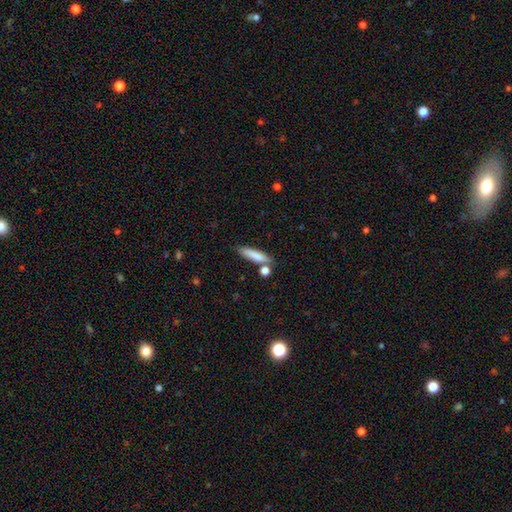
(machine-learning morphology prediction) This appears to be a smooth galaxy with no disk features (82%) that is cigar-shaped (76%). Merging: none (70%).